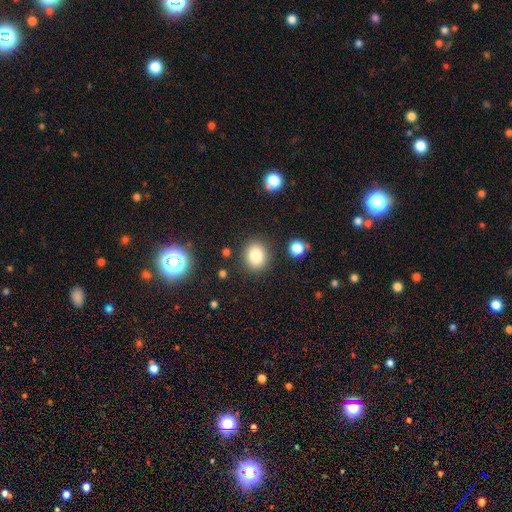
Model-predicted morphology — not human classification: Q: Smooth or featured?
A: smooth (81%); runner-up: star or artifact (11%)
Q: How rounded?
A: round (70%); runner-up: in between (29%)
Q: Merging?
A: none (85%); runner-up: minor disturbance (9%)